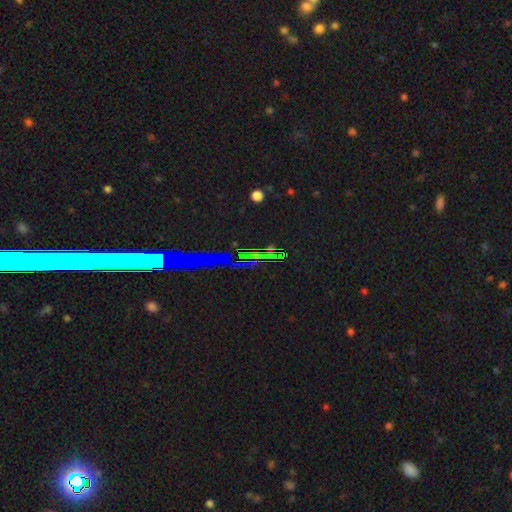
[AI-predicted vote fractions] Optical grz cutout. It shows a star or artifact, not a galaxy (63%).